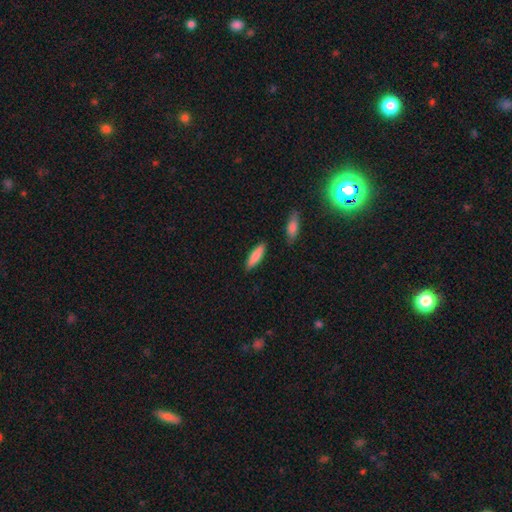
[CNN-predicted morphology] The model was most divided on "how rounded": cigar-shaped: 56%, in between: 42%, round: 2%. More confident: merging — none (85%); smooth or featured — smooth (83%).